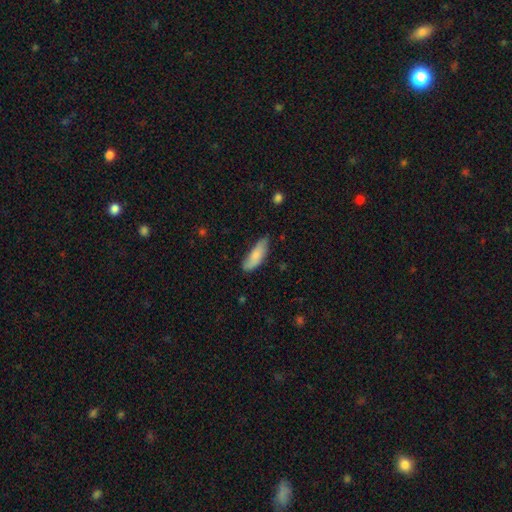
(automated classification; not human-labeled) The model was most divided on "merging": none: 62%, minor disturbance: 30%, major disturbance: 6%, merger: 2%. More confident: smooth or featured — smooth (80%); how rounded — in between (67%).